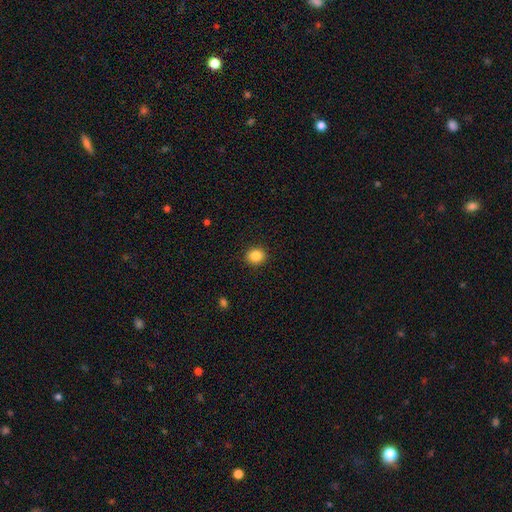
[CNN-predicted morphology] This is clearly a smooth galaxy (85%). How rounded: likely round (79%). Merging: clearly none (91%).